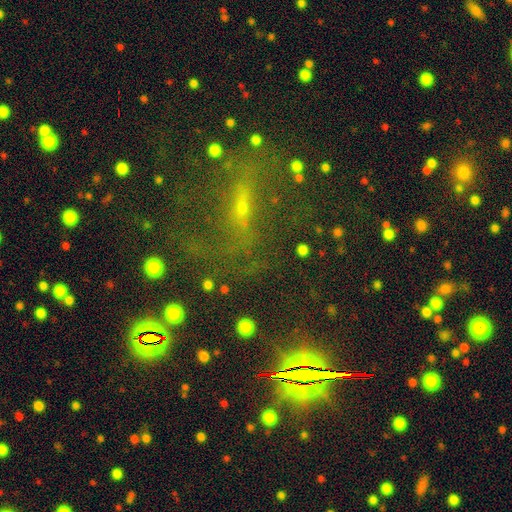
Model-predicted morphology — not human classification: smooth-or-featured: featured or disk: 43% | star or artifact: 36% | smooth: 20%
  merging: none: 61% | major disturbance: 17% | minor disturbance: 17% | merger: 4%